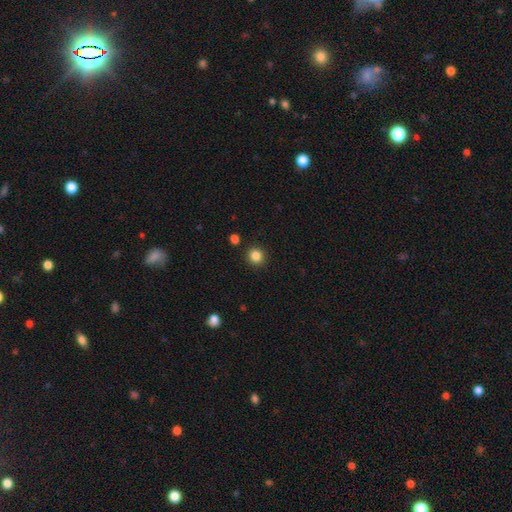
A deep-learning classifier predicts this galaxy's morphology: A smooth galaxy with no disk features (85%) that is round (92%). Merging: none (90%).